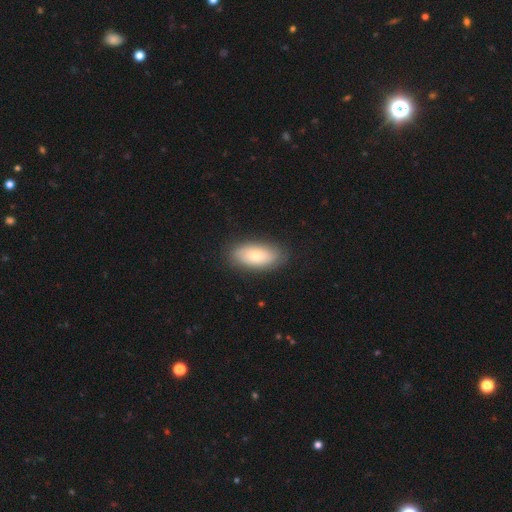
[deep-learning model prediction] This is likely a smooth galaxy (68%). How rounded: clearly in between (91%). Merging: clearly none (83%).